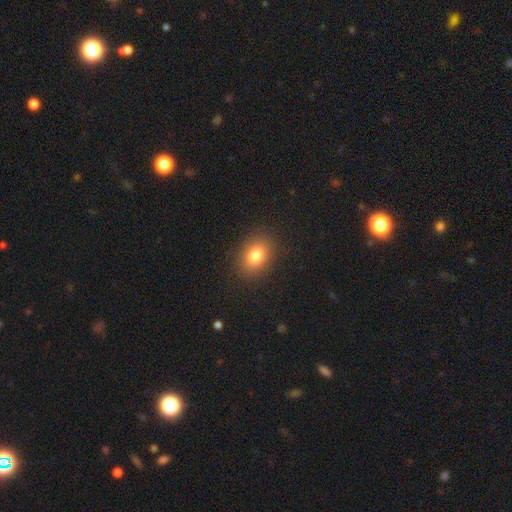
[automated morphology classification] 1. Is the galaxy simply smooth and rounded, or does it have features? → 80% smooth, 11% star or artifact, 9% featured or disk.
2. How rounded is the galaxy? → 66% in between, 32% round, 1% cigar-shaped.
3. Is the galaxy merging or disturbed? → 88% none, 8% minor disturbance, 3% major disturbance, 1% merger.